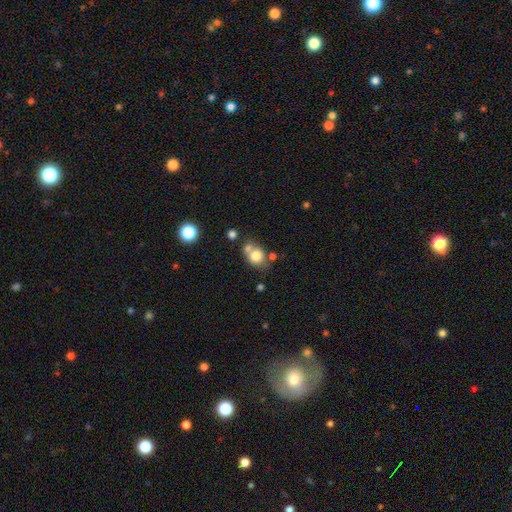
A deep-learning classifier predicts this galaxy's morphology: type=smooth (77%); roundness=round (68%); merging=none (46%).